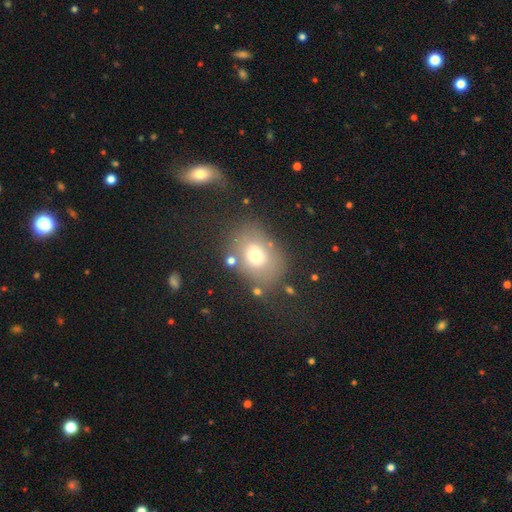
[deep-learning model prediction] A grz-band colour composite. It shows a smooth galaxy with no disk features (67%) that is in between round and cigar-shaped (60%). Merging: none (66%).